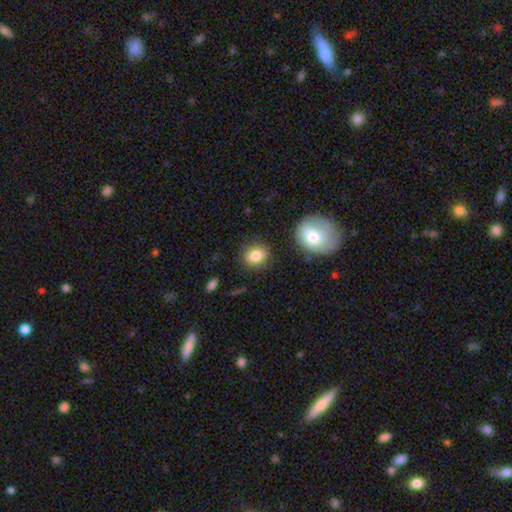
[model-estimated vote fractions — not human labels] A smooth galaxy with no disk features (83%) that is round (63%). Merging: none (84%).